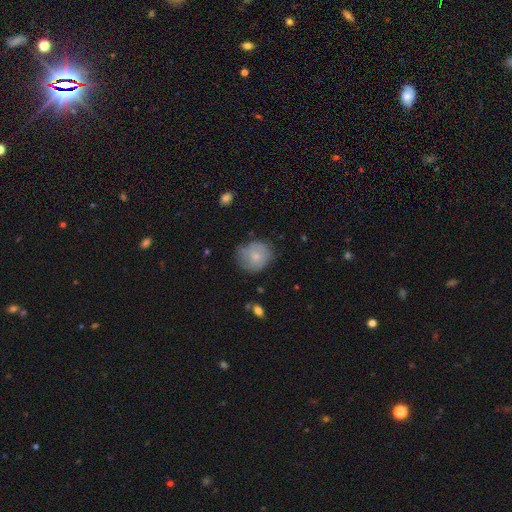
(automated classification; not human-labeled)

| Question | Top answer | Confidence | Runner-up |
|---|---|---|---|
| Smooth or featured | smooth | 69% | featured or disk (23%) |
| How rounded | round | 79% | in between (20%) |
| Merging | none | 58% | minor disturbance (30%) |